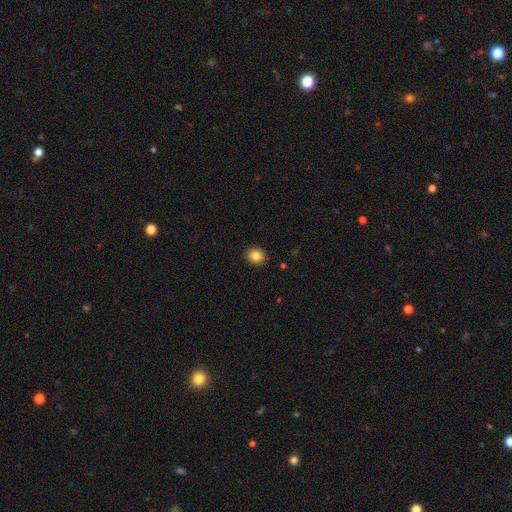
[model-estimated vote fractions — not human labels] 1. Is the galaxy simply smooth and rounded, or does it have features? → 85% smooth, 10% star or artifact, 5% featured or disk.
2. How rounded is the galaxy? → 77% round, 22% in between, 1% cigar-shaped.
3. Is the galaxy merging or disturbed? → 91% none, 6% minor disturbance, 2% major disturbance, 1% merger.